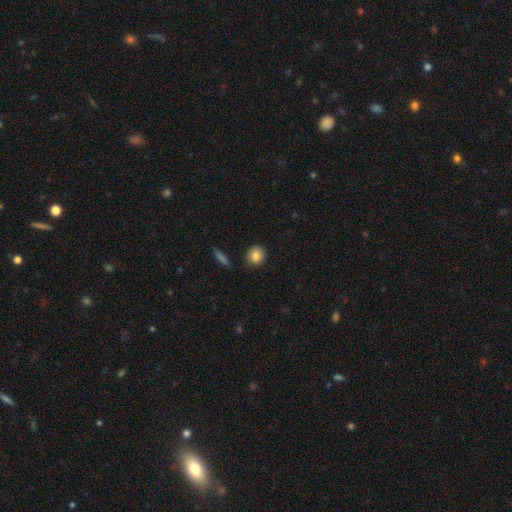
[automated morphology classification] A smooth galaxy with no disk features (85%) that is round (82%).

Vote fractions:
- Smooth or featured? smooth: 85% / star or artifact: 8% / featured or disk: 7%
- How rounded? round: 82% / in between: 16% / cigar-shaped: 2%
- Merging? none: 86% / minor disturbance: 10% / merger: 2% / major disturbance: 2%